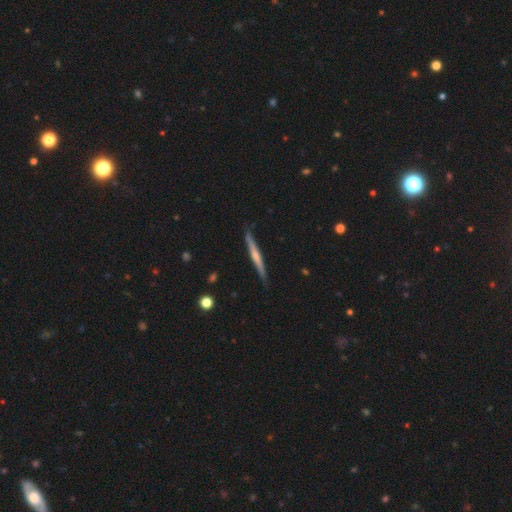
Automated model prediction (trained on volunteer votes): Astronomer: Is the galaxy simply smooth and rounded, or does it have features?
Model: featured or disk — 52% (runner-up: smooth, 43%).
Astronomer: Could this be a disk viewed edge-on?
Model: yes — 97%.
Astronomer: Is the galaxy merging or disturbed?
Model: none — 86%.